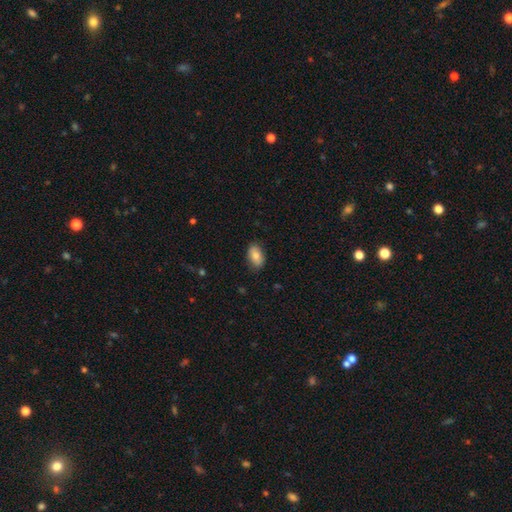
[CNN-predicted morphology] A smooth galaxy with no disk features (80%) that is in between round and cigar-shaped (91%). Merging: none (85%).